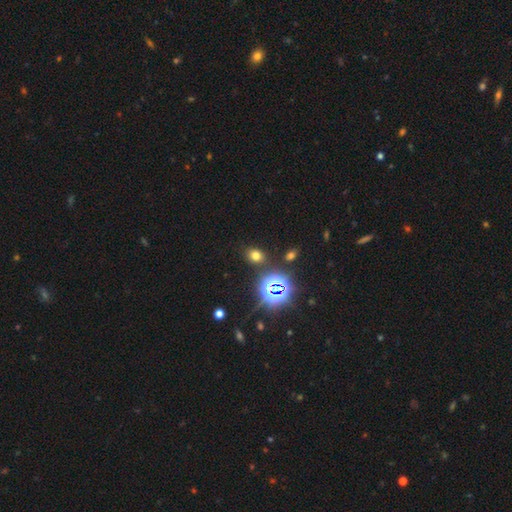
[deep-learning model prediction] Q: Smooth or featured?
A: smooth (64%); runner-up: star or artifact (29%)
Q: How rounded?
A: round (50%); runner-up: in between (49%)
Q: Merging?
A: none (85%); runner-up: minor disturbance (9%)